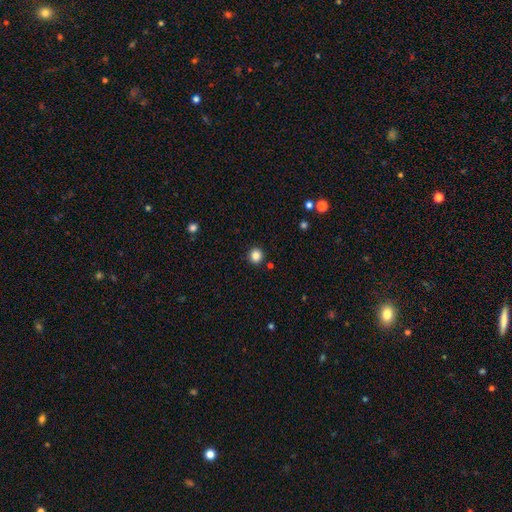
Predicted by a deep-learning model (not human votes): A smooth galaxy with no disk features (84%) that is round (92%).

Vote fractions:
- Smooth or featured? smooth: 84% / star or artifact: 12% / featured or disk: 5%
- How rounded? round: 92% / in between: 7% / cigar-shaped: 1%
- Merging? none: 91% / minor disturbance: 5% / merger: 2% / major disturbance: 2%